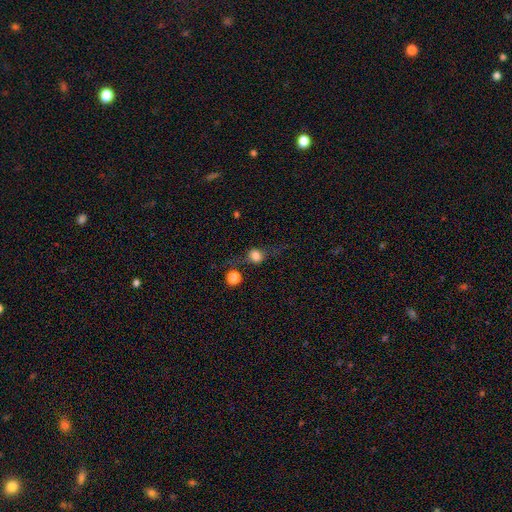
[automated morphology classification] smooth-or-featured: smooth: 62% | featured or disk: 24% | star or artifact: 14%
  how-rounded: round: 74% | in between: 23% | cigar-shaped: 3%
  merging: none: 61% | minor disturbance: 18% | major disturbance: 14% | merger: 7%